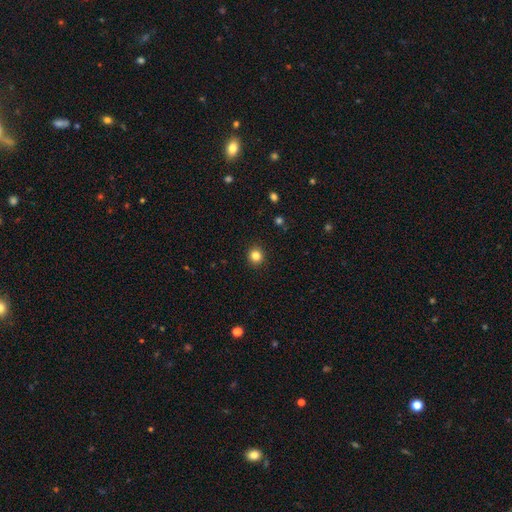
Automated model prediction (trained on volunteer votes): smooth_or_featured: smooth (p=0.83) [alt: star or artifact p=0.12]
how_rounded: round (p=0.91) [alt: in between p=0.09]
merging: none (p=0.92) [alt: minor disturbance p=0.05]